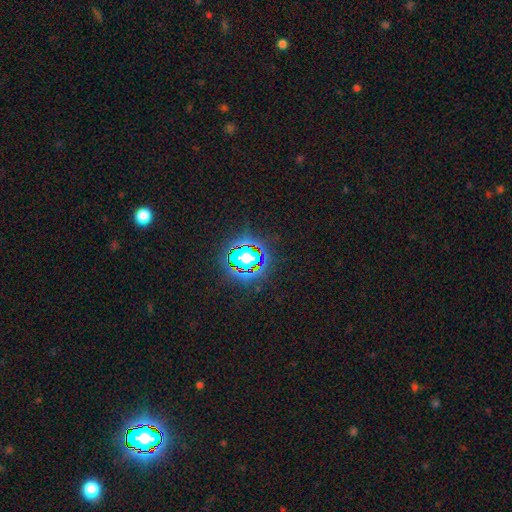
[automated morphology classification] smooth-or-featured: star or artifact: 80% | smooth: 12% | featured or disk: 8%